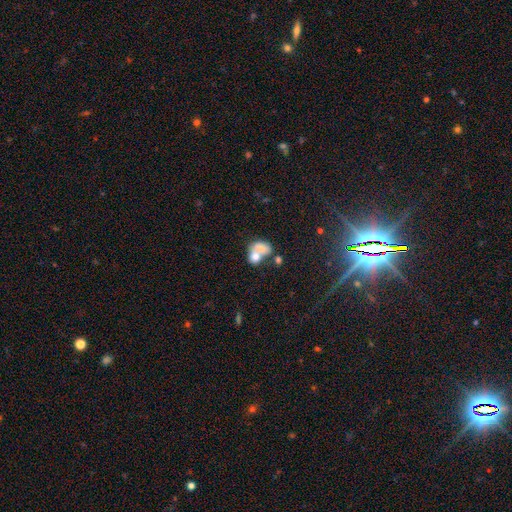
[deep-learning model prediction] Overall: smooth (68%). How rounded: in between (65%; round 33%). Merging: merger (65%).